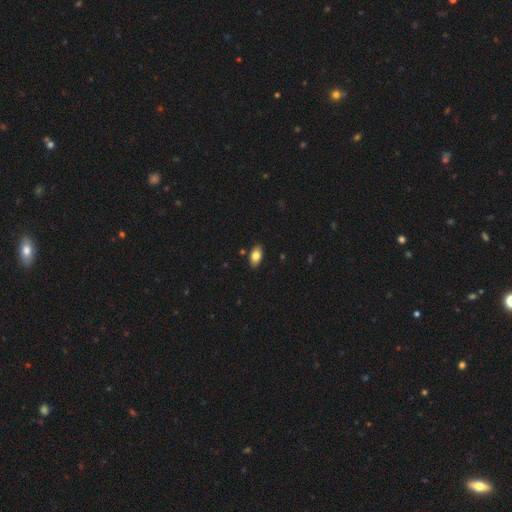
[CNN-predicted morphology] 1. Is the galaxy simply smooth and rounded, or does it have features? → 82% smooth, 11% featured or disk, 8% star or artifact.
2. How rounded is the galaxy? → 92% in between, 5% round, 3% cigar-shaped.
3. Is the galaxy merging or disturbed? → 87% none, 10% minor disturbance, 2% major disturbance, 2% merger.